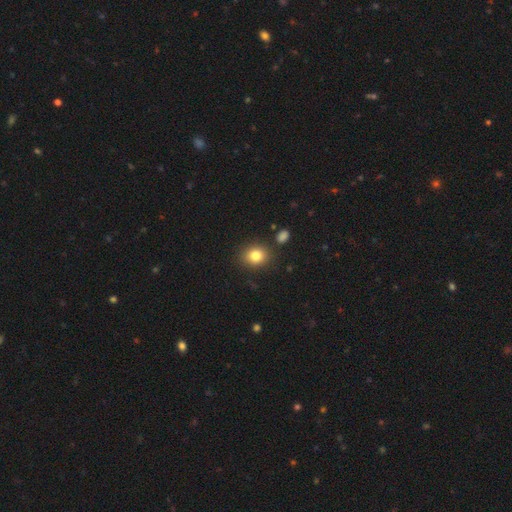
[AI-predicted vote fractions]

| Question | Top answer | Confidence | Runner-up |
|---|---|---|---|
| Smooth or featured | smooth | 82% | star or artifact (11%) |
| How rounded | round | 65% | in between (34%) |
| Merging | none | 85% | minor disturbance (9%) |